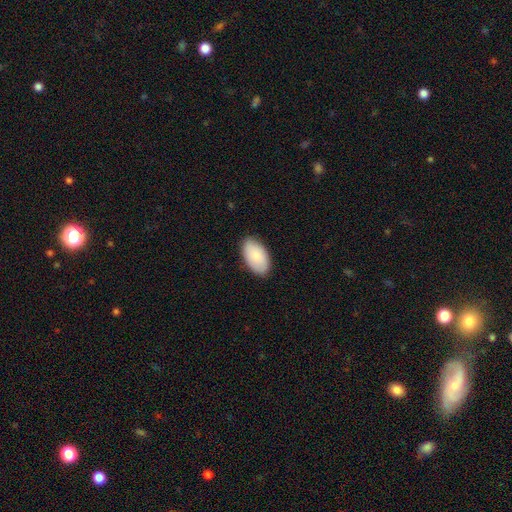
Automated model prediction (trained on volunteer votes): smooth_or_featured: smooth (p=0.83) [alt: featured or disk p=0.11]
how_rounded: in between (p=0.96) [alt: round p=0.03]
merging: none (p=0.86) [alt: minor disturbance p=0.11]